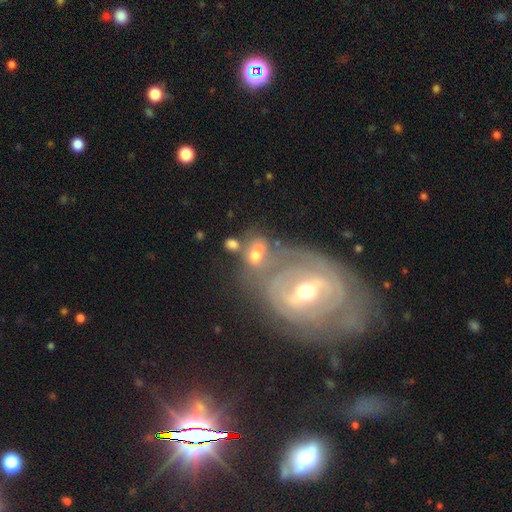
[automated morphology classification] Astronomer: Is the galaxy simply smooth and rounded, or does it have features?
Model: smooth — 44%, tied with featured or disk at 44%.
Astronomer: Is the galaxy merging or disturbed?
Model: merger — 47% (runner-up: none, 29%).